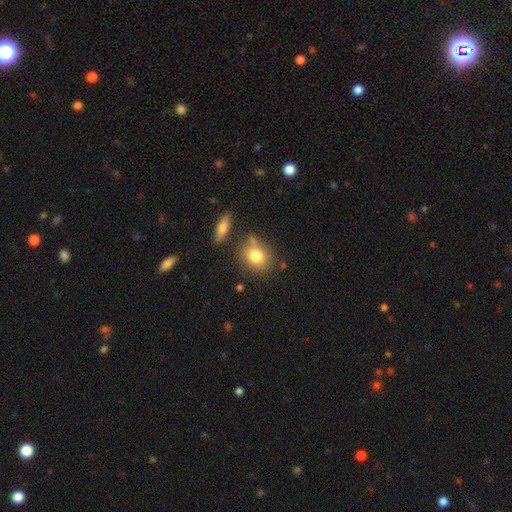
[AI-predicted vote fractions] This appears to be a smooth galaxy with no disk features (79%) that is round (57%). Merging: none (68%).